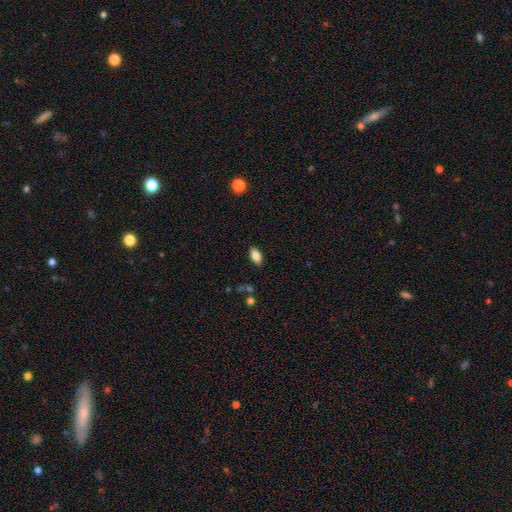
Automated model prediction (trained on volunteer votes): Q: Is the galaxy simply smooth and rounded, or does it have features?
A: smooth — 84%.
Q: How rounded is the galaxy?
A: in between — 89%.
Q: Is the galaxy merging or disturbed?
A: none — 87%.